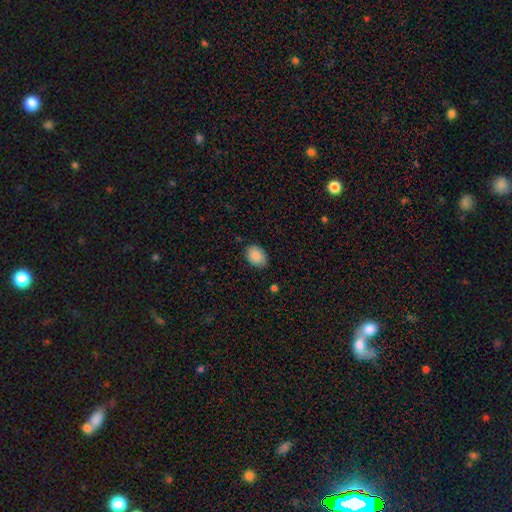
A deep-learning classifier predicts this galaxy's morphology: Overall: smooth (88%). How rounded: in between (73%). Merging: none (83%).